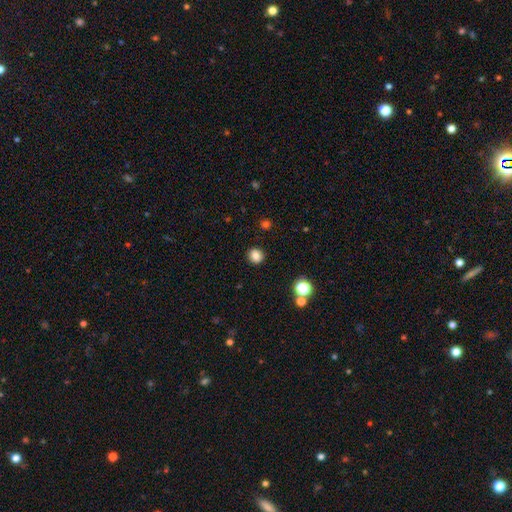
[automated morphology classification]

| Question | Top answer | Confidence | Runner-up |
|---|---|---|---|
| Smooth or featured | smooth | 84% | star or artifact (12%) |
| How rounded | round | 85% | in between (14%) |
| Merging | none | 90% | minor disturbance (6%) |